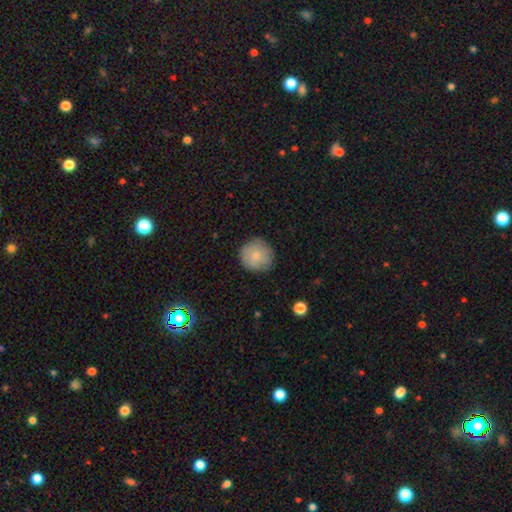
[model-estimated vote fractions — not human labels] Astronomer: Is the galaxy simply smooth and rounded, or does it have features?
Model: smooth — 77%.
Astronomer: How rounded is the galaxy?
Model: round — 94%.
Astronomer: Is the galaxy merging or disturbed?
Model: none — 85%.